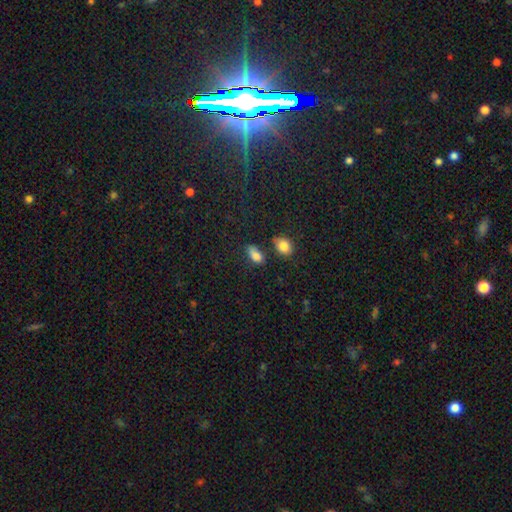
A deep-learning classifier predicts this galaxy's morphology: smooth-or-featured: smooth: 83% | star or artifact: 11% | featured or disk: 7%
  how-rounded: in between: 84% | round: 9% | cigar-shaped: 6%
  merging: none: 58% | minor disturbance: 21% | merger: 14% | major disturbance: 7%